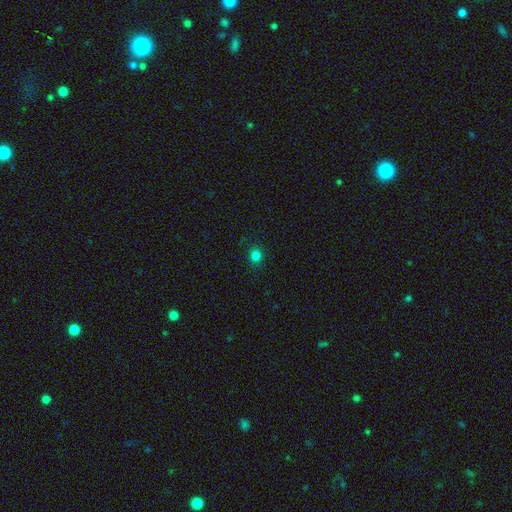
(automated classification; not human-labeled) A smooth galaxy with no disk features (81%) that is round (85%). Merging: none (91%).